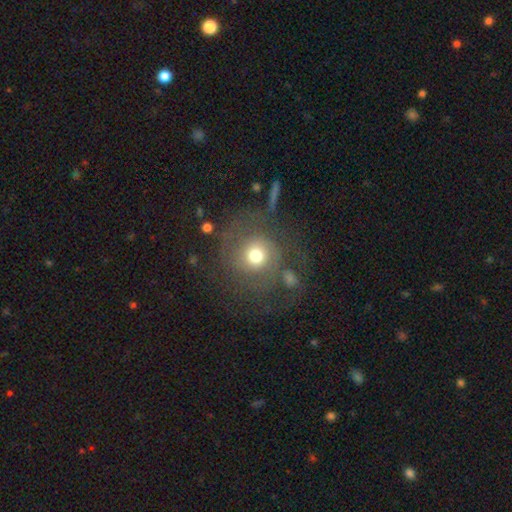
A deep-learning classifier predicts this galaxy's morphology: Smooth or featured? Predicted: smooth (p=0.52). How rounded? Predicted: round (p=0.87). Merging? Predicted: none (p=0.60).